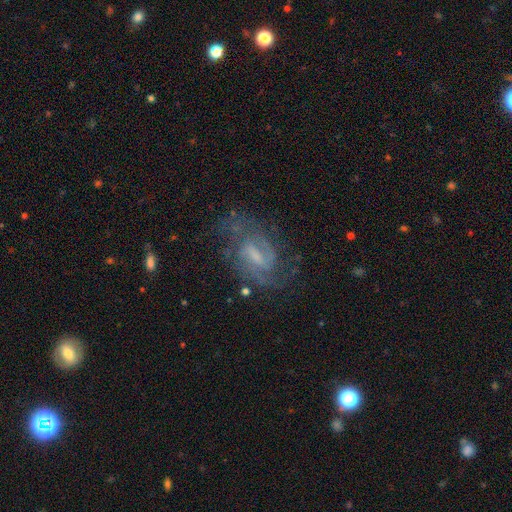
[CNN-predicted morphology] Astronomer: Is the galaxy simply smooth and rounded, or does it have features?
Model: featured or disk — 81%.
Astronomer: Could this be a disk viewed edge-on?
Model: no — 96%.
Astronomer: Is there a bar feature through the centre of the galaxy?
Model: weak — 54%.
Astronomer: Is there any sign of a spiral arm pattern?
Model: yes — 93%.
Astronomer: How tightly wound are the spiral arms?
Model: medium — 48% (runner-up: tight, 38%).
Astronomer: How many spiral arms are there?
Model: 2 — 60%.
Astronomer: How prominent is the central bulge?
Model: small — 41% (runner-up: moderate, 30%).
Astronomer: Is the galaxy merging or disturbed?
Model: none — 66%.